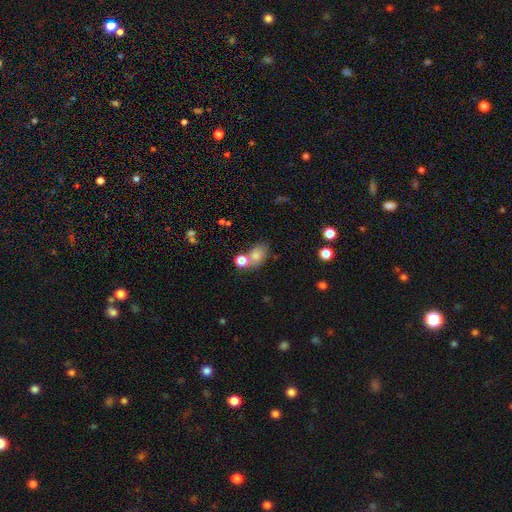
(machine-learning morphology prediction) Smooth or featured? Predicted: smooth (p=0.77). How rounded? Predicted: in between (p=0.74). Merging? Predicted: none (p=0.56).